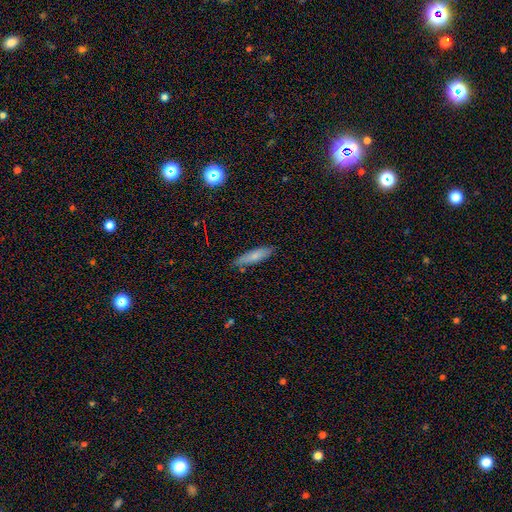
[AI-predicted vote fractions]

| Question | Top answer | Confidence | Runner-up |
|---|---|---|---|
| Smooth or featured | smooth | 75% | featured or disk (18%) |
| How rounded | cigar-shaped | 58% | in between (40%) |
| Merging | none | 79% | minor disturbance (16%) |